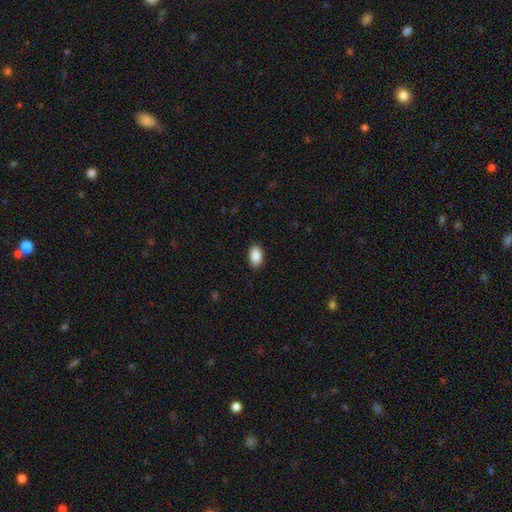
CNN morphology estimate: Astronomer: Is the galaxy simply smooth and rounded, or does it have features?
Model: smooth — 89%.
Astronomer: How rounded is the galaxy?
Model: in between — 93%.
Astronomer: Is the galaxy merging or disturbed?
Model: none — 89%.